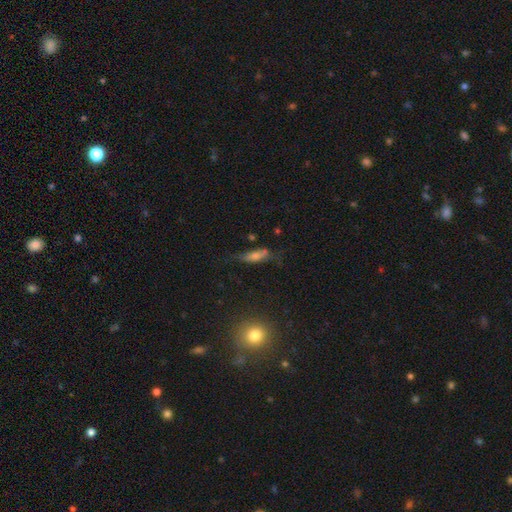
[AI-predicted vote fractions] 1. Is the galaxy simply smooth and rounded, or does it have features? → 58% smooth, 29% featured or disk, 13% star or artifact.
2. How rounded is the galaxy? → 56% cigar-shaped, 40% in between, 4% round.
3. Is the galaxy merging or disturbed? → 56% none, 26% minor disturbance, 13% major disturbance, 5% merger.